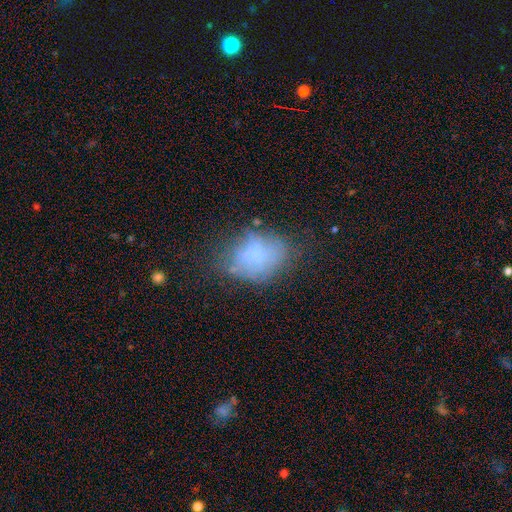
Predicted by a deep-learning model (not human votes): Morphology: type=smooth (56%); roundness=in between (71%); merging=none (48%).